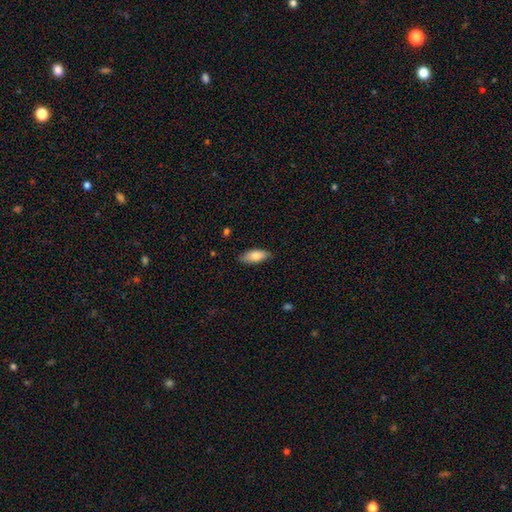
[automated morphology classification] This appears to be a smooth galaxy with no disk features (81%) that is in between round and cigar-shaped (82%). Merging: none (84%).